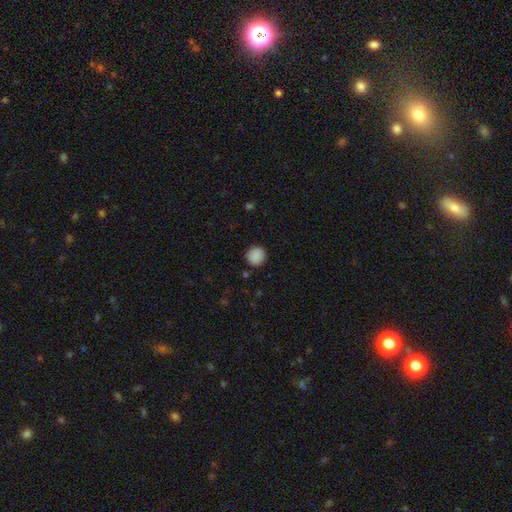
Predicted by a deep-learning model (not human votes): smooth 89%, star or artifact 9%, featured or disk 3%. Down the decision tree: how rounded — round (89%); merging — none (88%).